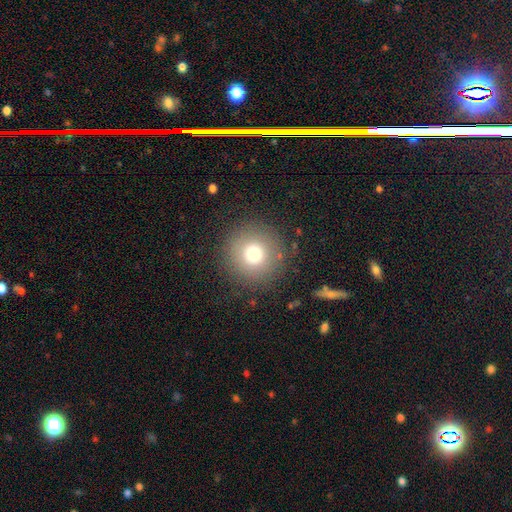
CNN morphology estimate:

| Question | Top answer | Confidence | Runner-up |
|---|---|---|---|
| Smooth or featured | smooth | 75% | star or artifact (13%) |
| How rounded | round | 95% | in between (4%) |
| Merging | none | 88% | minor disturbance (7%) |